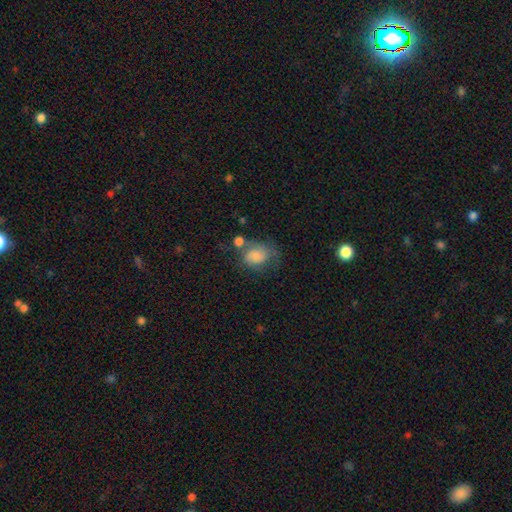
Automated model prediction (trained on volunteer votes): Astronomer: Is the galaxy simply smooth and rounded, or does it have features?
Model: smooth — 71%.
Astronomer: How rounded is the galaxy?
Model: in between — 59% (runner-up: round, 40%).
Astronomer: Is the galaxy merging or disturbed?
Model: none — 38% (runner-up: minor disturbance, 26%).